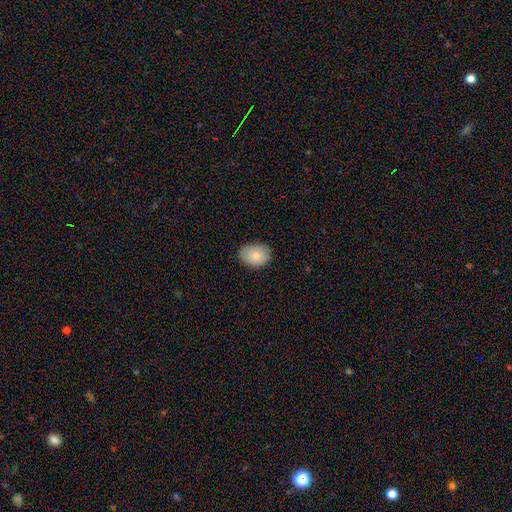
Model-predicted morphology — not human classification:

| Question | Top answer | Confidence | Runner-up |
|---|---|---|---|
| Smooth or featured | smooth | 80% | featured or disk (13%) |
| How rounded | in between | 72% | round (27%) |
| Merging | none | 80% | minor disturbance (17%) |